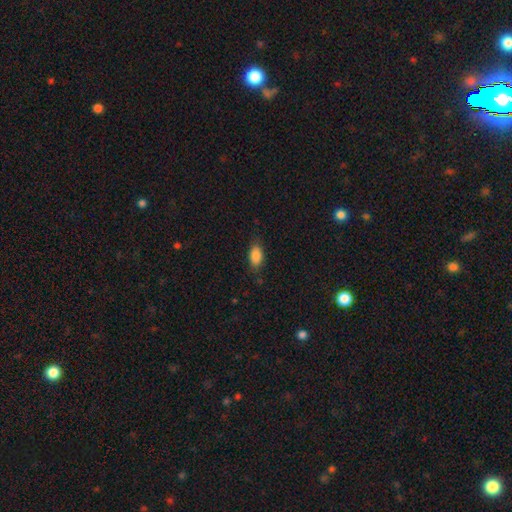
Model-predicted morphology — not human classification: smooth-or-featured: smooth: 86% | star or artifact: 8% | featured or disk: 7%
  how-rounded: in between: 88% | cigar-shaped: 6% | round: 5%
  merging: none: 78% | minor disturbance: 17% | major disturbance: 4% | merger: 1%